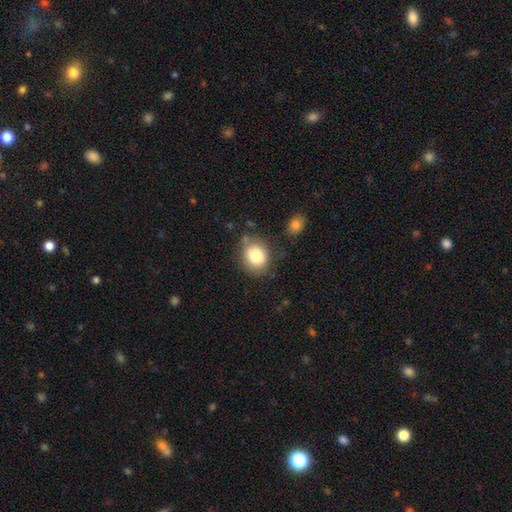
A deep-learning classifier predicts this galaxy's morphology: Q: Smooth or featured?
A: smooth (81%); runner-up: featured or disk (10%)
Q: How rounded?
A: round (62%); runner-up: in between (37%)
Q: Merging?
A: none (75%); runner-up: minor disturbance (16%)